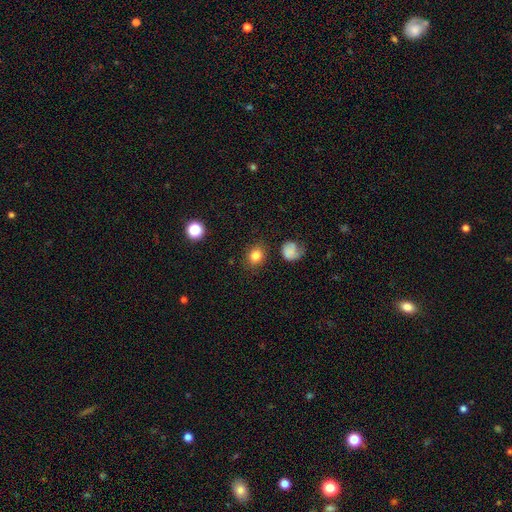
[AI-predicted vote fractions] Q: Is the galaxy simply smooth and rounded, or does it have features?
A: smooth — 82%.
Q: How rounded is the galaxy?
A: round — 61%.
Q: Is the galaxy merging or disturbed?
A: none — 83%.